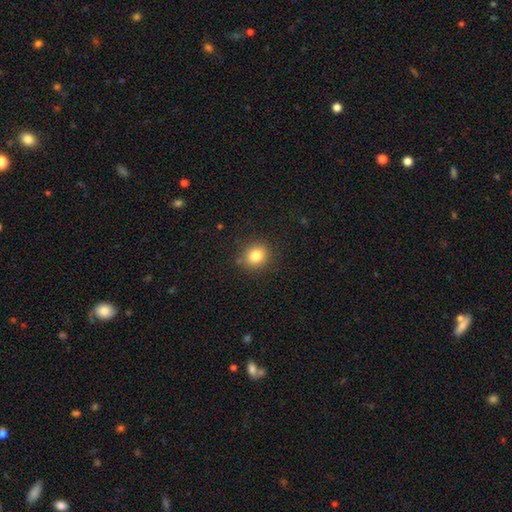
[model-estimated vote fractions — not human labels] Smooth or featured: smooth — 82% (star or artifact — 12%)
How rounded: round — 81% (in between — 18%)
Merging: none — 87% (minor disturbance — 9%)